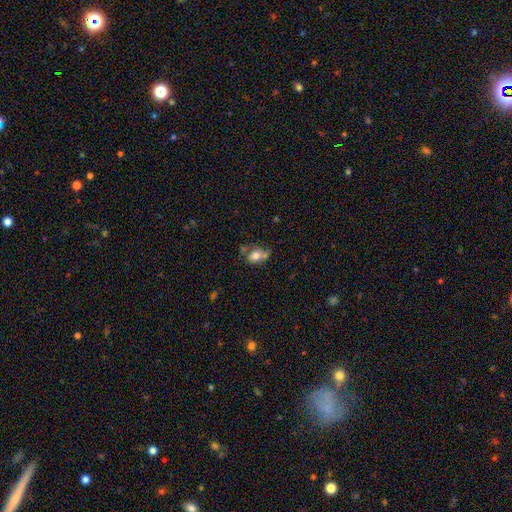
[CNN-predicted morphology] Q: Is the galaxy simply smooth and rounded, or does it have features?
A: smooth — 73%.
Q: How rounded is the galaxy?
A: round — 57%.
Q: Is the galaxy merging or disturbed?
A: none — 41%.